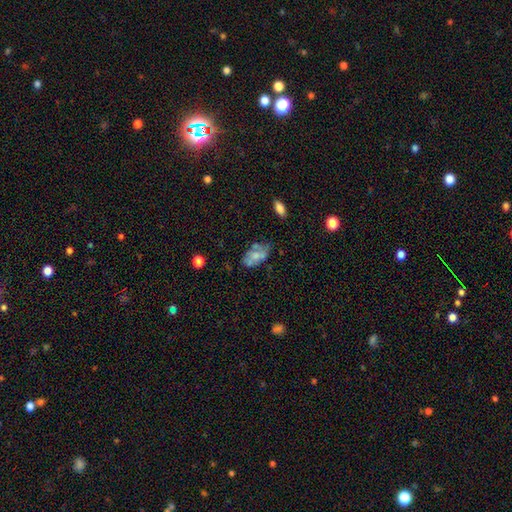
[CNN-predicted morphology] A smooth galaxy with no disk features (52%) that is in between round and cigar-shaped (91%).

Vote fractions:
- Smooth or featured? smooth: 52% / featured or disk: 39% / star or artifact: 9%
- How rounded? in between: 91% / round: 6% / cigar-shaped: 3%
- Merging? none: 48% / minor disturbance: 30% / major disturbance: 14% / merger: 9%